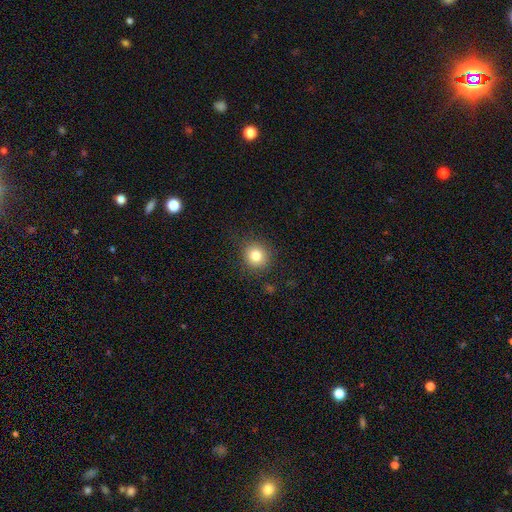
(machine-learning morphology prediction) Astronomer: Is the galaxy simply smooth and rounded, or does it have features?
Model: smooth — 80%.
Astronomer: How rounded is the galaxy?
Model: round — 88%.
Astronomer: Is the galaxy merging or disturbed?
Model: none — 87%.